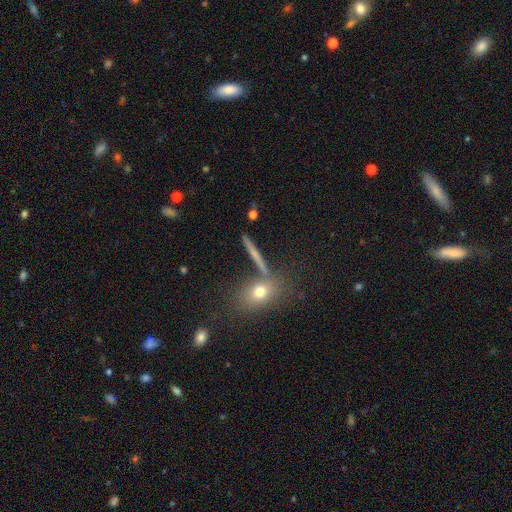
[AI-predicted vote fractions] A smooth galaxy with no disk features (43%). Merging: none (76%).